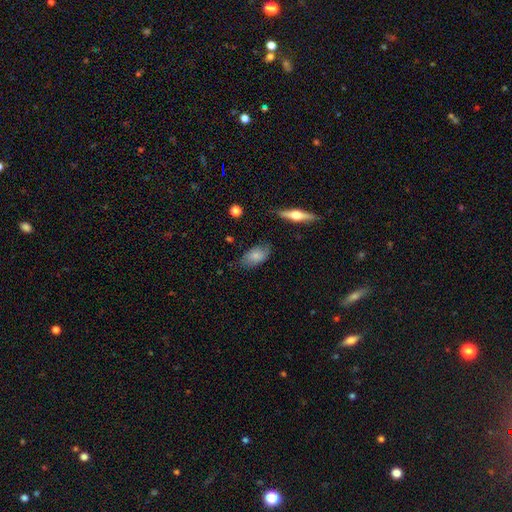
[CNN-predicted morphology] A smooth galaxy with no disk features (74%) that is in between round and cigar-shaped (91%). Merging: none (73%).